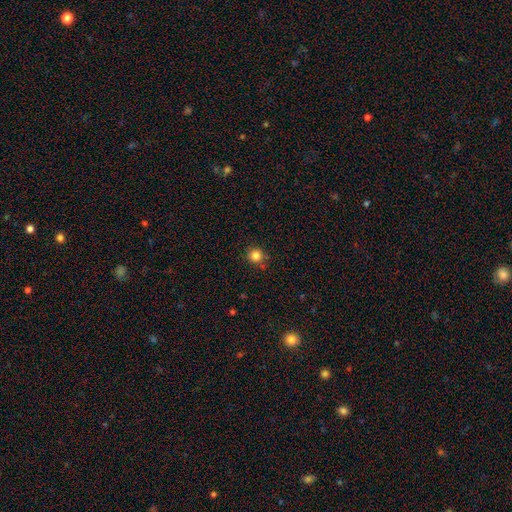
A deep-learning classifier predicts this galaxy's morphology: The model was most divided on "merging": none: 81%, minor disturbance: 12%, merger: 5%, major disturbance: 3%. More confident: how rounded — round (93%); smooth or featured — smooth (83%).